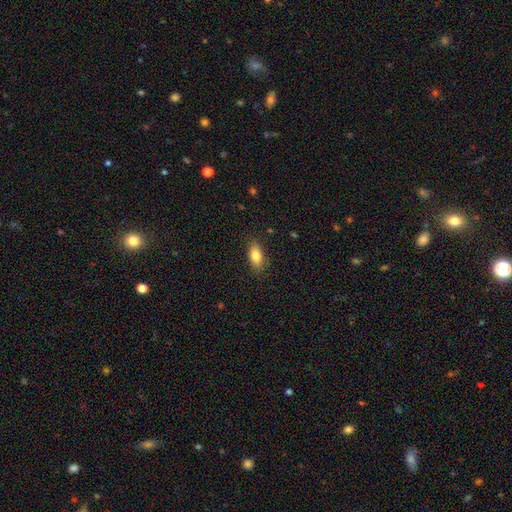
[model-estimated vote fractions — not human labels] Smooth or featured: smooth — 84% (featured or disk — 9%)
How rounded: in between — 87% (cigar-shaped — 8%)
Merging: none — 85% (minor disturbance — 12%)